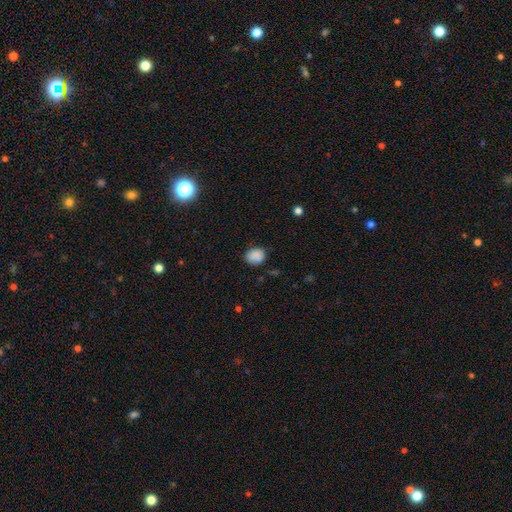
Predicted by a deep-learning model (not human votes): Overall: smooth (86%). How rounded: round (56%; in between 44%). Merging: none (70%).